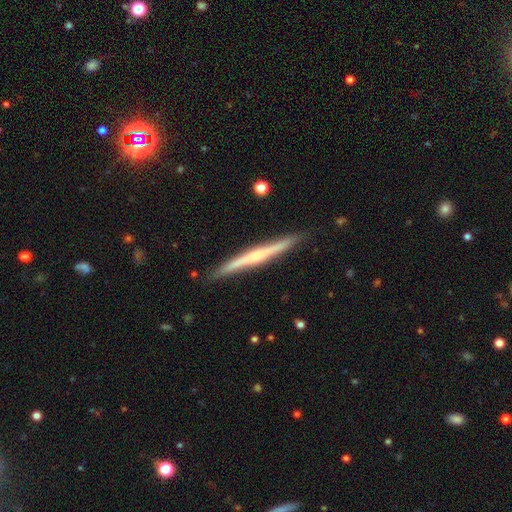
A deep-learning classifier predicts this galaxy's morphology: Smooth or featured? featured or disk (66%)
Edge-on disk? yes (98%)
Edge-on bulge? rounded (50%)
Merging? none (89%)